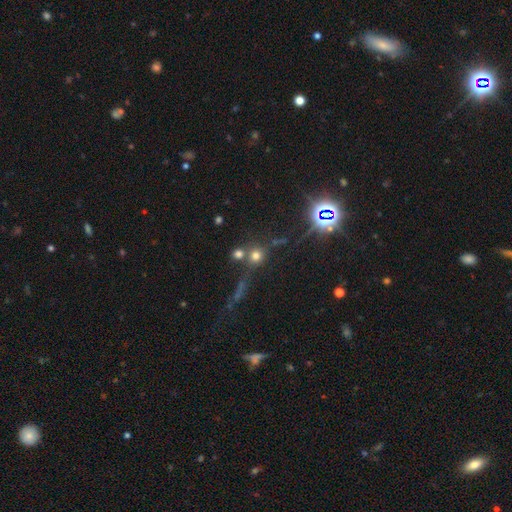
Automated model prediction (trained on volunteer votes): This appears to be a smooth galaxy with no disk features (65%) that is round (88%). Merging: none (63%).